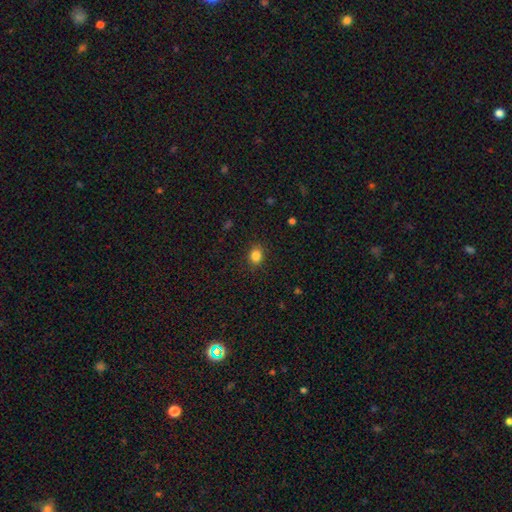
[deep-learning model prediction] Overall: smooth (84%). How rounded: round (63%; in between 36%). Merging: none (89%).